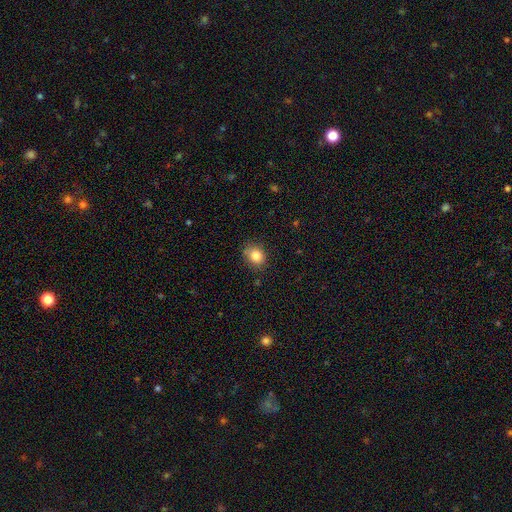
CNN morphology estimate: Smooth or featured? smooth (85%)
How rounded? round (62%)
Merging? none (78%)